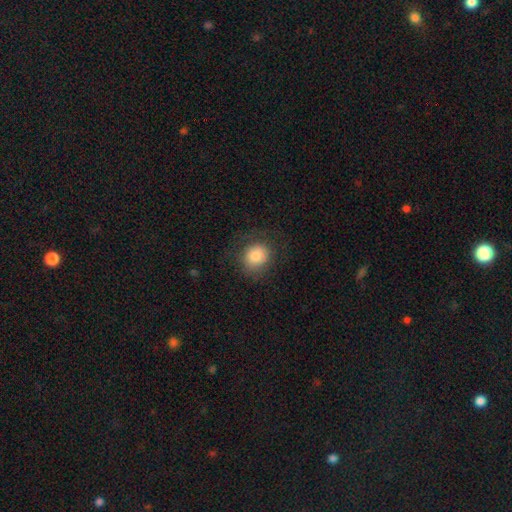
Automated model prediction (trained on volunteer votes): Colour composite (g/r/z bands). It shows a smooth galaxy with no disk features (83%) that is round (76%). Merging: none (75%).